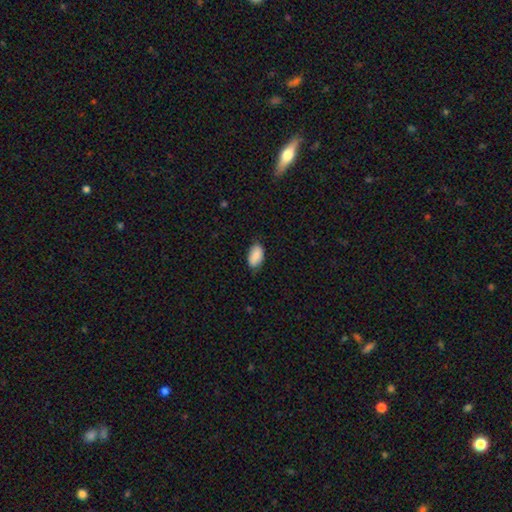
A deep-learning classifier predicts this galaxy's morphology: smooth 87%, featured or disk 7%, star or artifact 6%. Down the decision tree: how rounded — in between (94%); merging — none (74%).